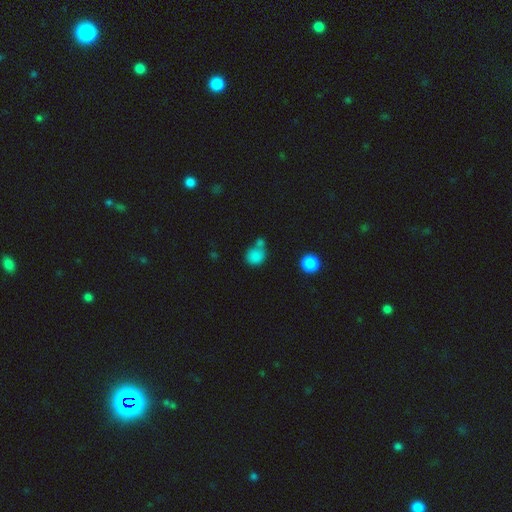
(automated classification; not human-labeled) The model was most divided on "merging": none: 47%, merger: 32%, minor disturbance: 14%, major disturbance: 7%. More confident: smooth or featured — smooth (82%); how rounded — round (78%).